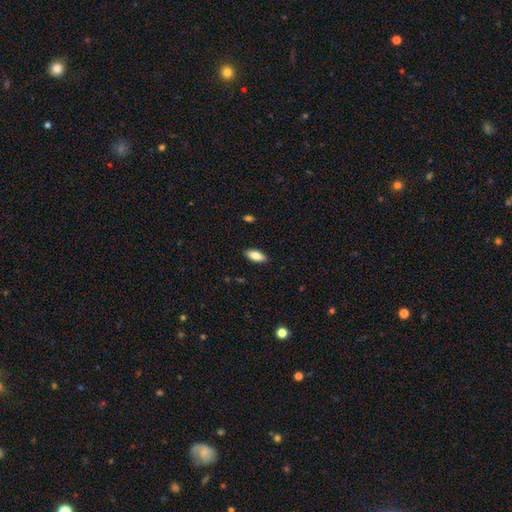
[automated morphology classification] A smooth galaxy with no disk features (81%) that is in between round and cigar-shaped (81%).

Vote fractions:
- Smooth or featured? smooth: 81% / featured or disk: 13% / star or artifact: 6%
- How rounded? in between: 81% / cigar-shaped: 16% / round: 2%
- Merging? none: 88% / minor disturbance: 9% / major disturbance: 2% / merger: 1%